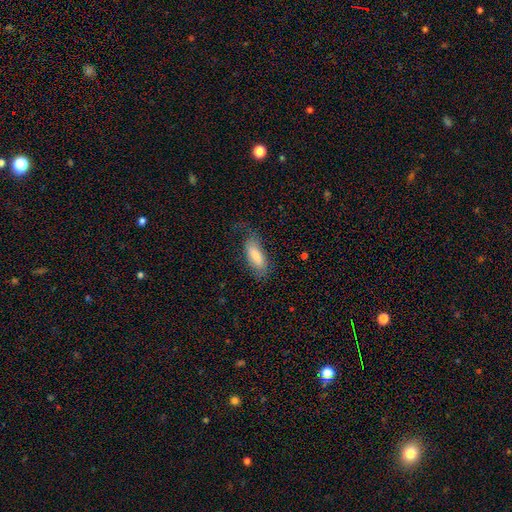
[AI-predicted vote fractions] Smooth or featured? smooth (76%)
How rounded? in between (80%)
Merging? none (59%)